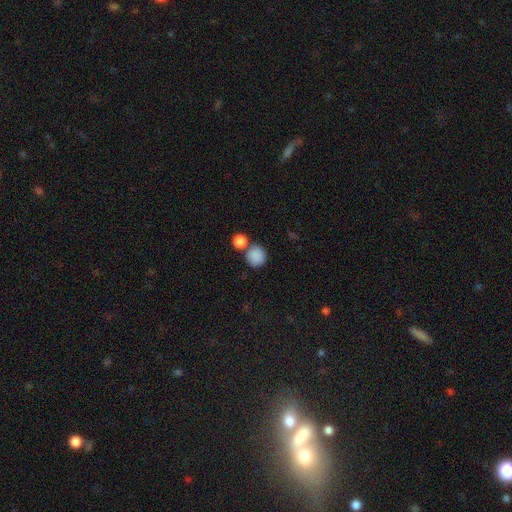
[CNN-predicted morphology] Smooth or featured? smooth (87%)
How rounded? round (90%)
Merging? none (66%)